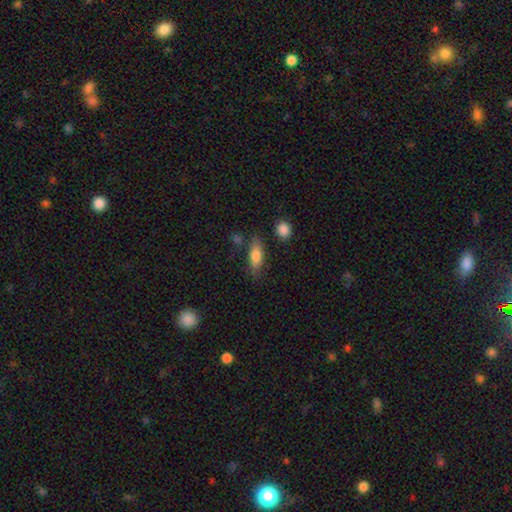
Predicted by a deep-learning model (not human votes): Smooth or featured? Predicted: smooth (p=0.77). How rounded? Predicted: in between (p=0.71). Merging? Predicted: none (p=0.72).